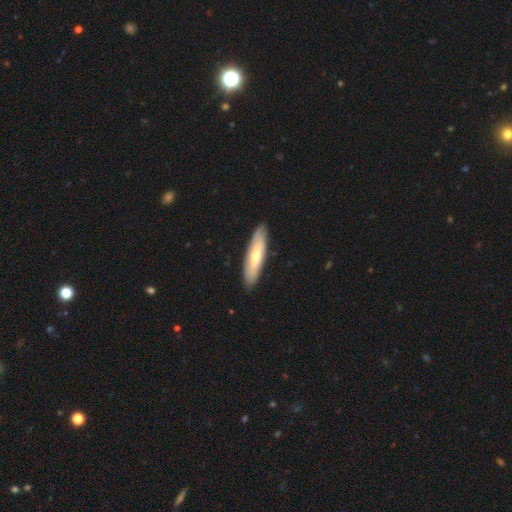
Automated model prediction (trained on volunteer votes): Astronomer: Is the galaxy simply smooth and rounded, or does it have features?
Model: smooth — 52% (runner-up: featured or disk, 41%).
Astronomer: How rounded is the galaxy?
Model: cigar-shaped — 79%.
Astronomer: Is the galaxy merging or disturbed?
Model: none — 89%.